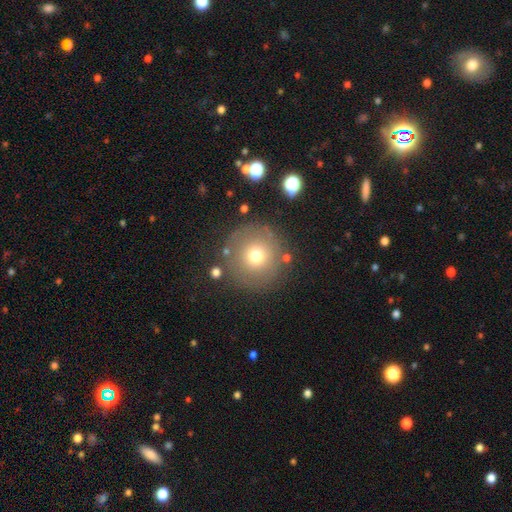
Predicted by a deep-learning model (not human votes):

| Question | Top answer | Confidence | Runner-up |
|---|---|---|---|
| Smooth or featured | smooth | 70% | featured or disk (16%) |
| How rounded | round | 96% | in between (3%) |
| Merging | none | 83% | minor disturbance (9%) |